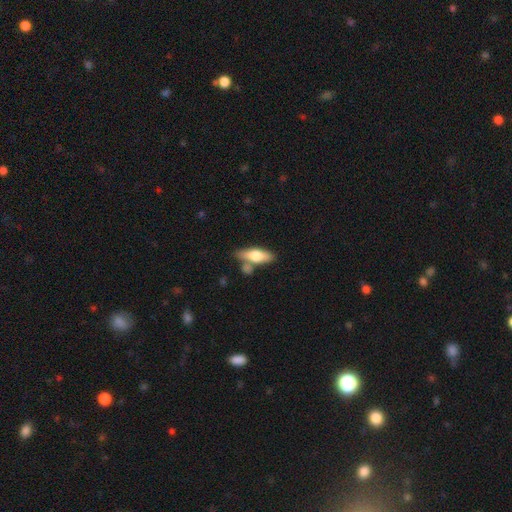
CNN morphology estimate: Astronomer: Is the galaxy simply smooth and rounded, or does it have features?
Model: smooth — 58% (runner-up: featured or disk, 36%).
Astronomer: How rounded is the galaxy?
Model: in between — 55% (runner-up: cigar-shaped, 42%).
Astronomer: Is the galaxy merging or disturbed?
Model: none — 62%.